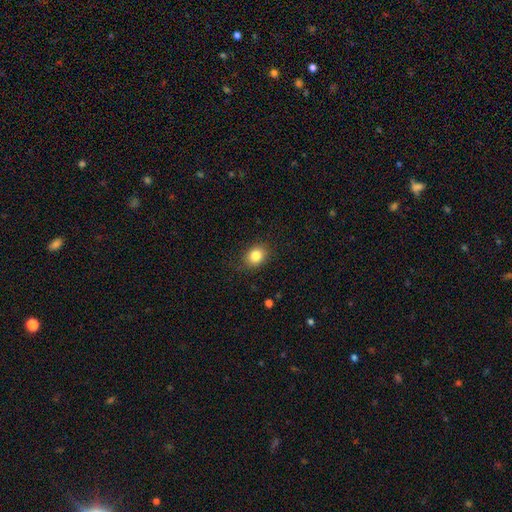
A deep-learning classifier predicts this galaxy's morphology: A smooth galaxy with no disk features (83%) that is round (53%).

Vote fractions:
- Smooth or featured? smooth: 83% / star or artifact: 10% / featured or disk: 7%
- How rounded? round: 53% / in between: 46% / cigar-shaped: 1%
- Merging? none: 85% / minor disturbance: 11% / major disturbance: 3% / merger: 1%